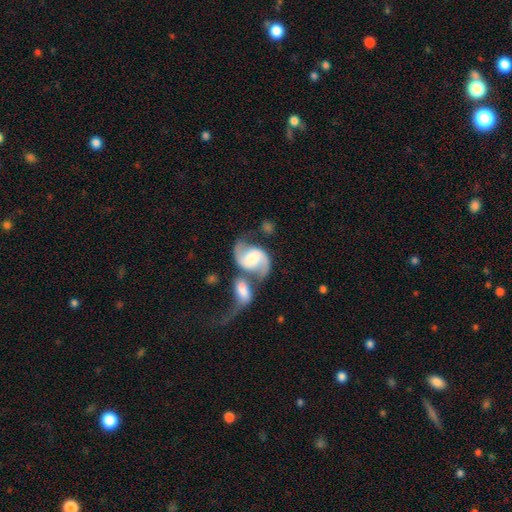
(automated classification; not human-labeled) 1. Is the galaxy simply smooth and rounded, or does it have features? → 84% featured or disk, 11% smooth, 5% star or artifact.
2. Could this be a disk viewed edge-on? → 98% no, 2% yes.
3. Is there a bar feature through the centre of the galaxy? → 39% weak (tied), 39% no (tied), 22% strong.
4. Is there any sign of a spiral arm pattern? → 96% yes, 4% no.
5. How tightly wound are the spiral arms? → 48% loose, 41% medium, 11% tight.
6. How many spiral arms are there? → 93% 2, 2% can't tell, 2% 1, 1% 3, 1% 4, 1% more than 4.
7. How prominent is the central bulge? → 32% moderate, 25% large, 20% small, 17% none, 6% dominant.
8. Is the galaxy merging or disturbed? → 49% merger, 31% none, 11% minor disturbance, 9% major disturbance.